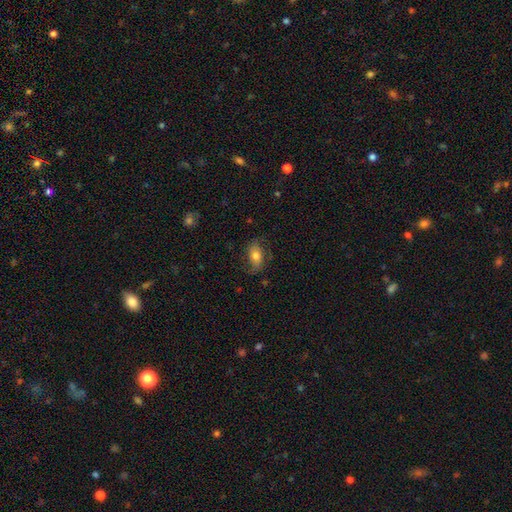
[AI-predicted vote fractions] smooth 65%, featured or disk 26%, star or artifact 8%. Down the decision tree: how rounded — in between (87%); merging — none (70%).